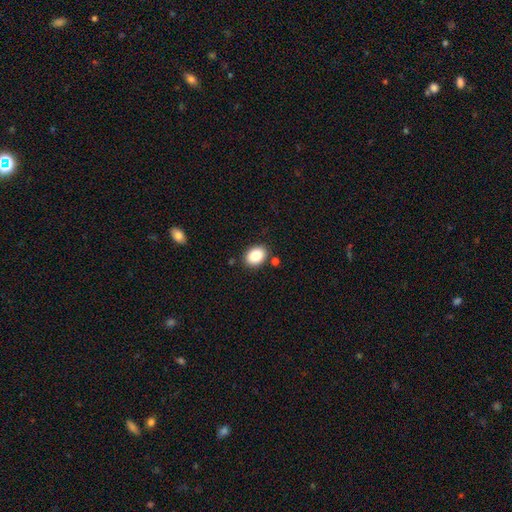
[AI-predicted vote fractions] Smooth or featured? Predicted: smooth (p=0.85). How rounded? Predicted: in between (p=0.66). Merging? Predicted: none (p=0.85).